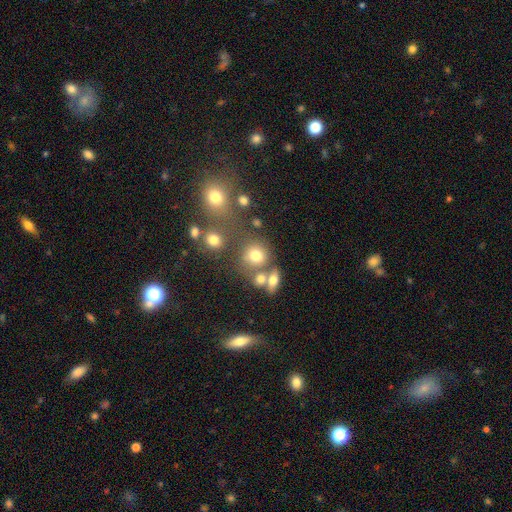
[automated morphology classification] Overall: smooth (73%). How rounded: round (81%). Merging: none (59%; merger 23%).